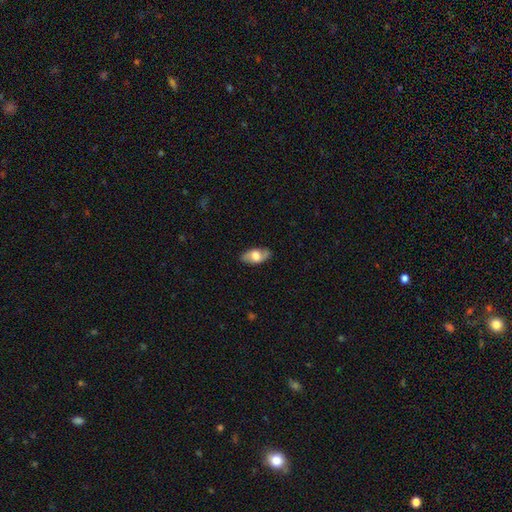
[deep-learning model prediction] smooth 50%, featured or disk 43%, star or artifact 6%. Down the decision tree: how rounded — in between (90%); merging — none (81%).